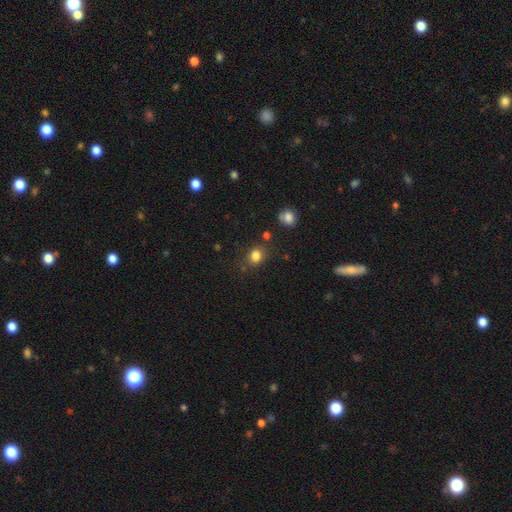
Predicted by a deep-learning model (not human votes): Morphology: type=smooth (82%); roundness=round (54%); merging=none (77%).